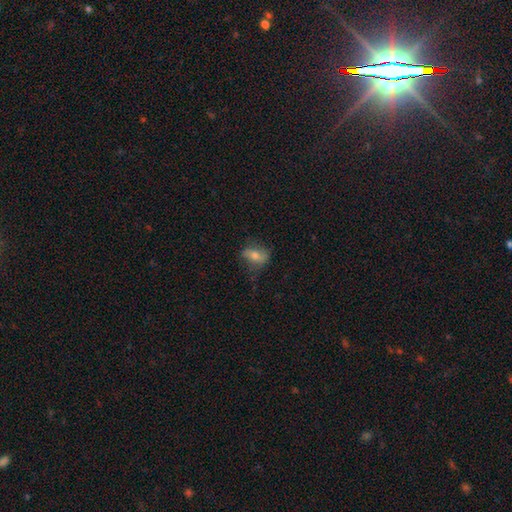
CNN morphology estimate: Smooth or featured? smooth (60%)
How rounded? in between (76%)
Merging? none (59%)